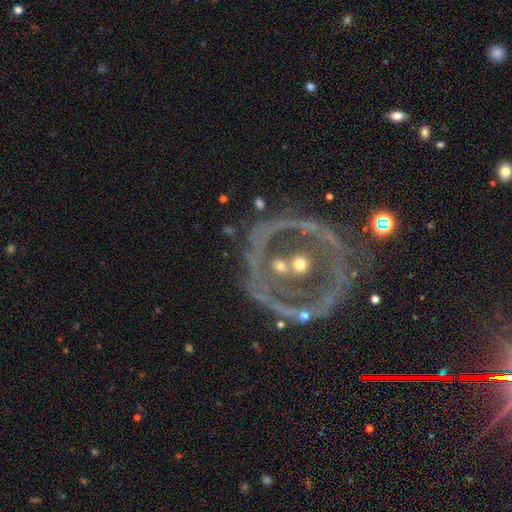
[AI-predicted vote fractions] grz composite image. It shows a featured or disk galaxy (71%) with no bar (62%), no spiral arms (69%) and a moderate central bulge (50%). Merging: none (67%).